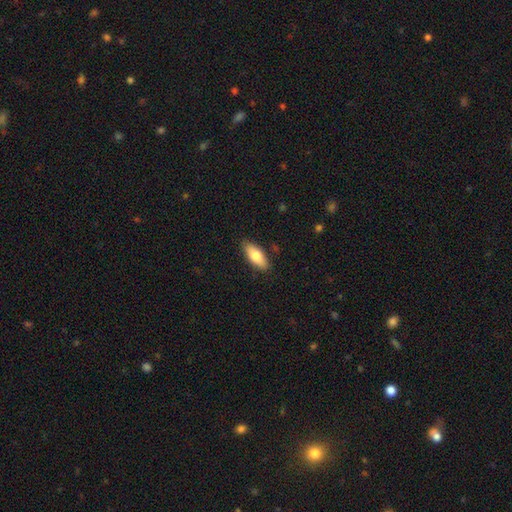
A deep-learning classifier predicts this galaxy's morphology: Smooth or featured: smooth — 75% (featured or disk — 19%)
How rounded: in between — 75% (cigar-shaped — 23%)
Merging: none — 87% (minor disturbance — 10%)